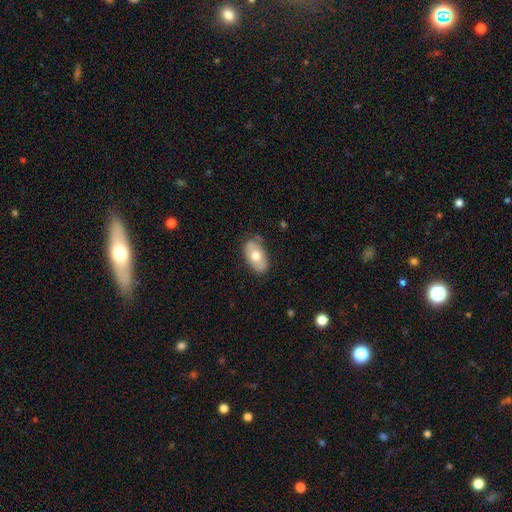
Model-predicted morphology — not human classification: type=smooth (66%); roundness=in between (93%); merging=none (74%).